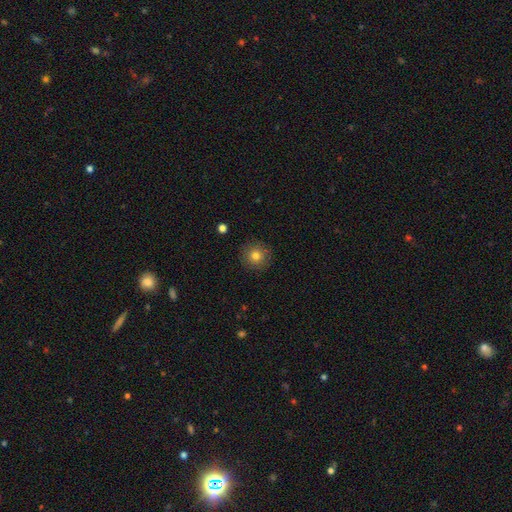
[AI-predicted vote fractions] Morphology: type=smooth (80%); roundness=round (95%); merging=none (90%).